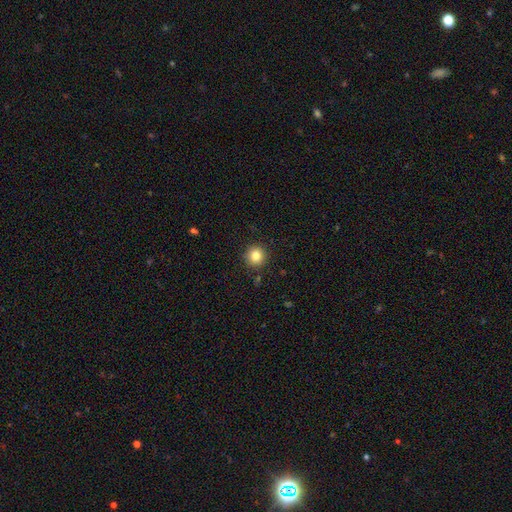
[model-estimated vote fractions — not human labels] smooth 83%, star or artifact 11%, featured or disk 6%. Down the decision tree: how rounded — round (94%); merging — none (90%).